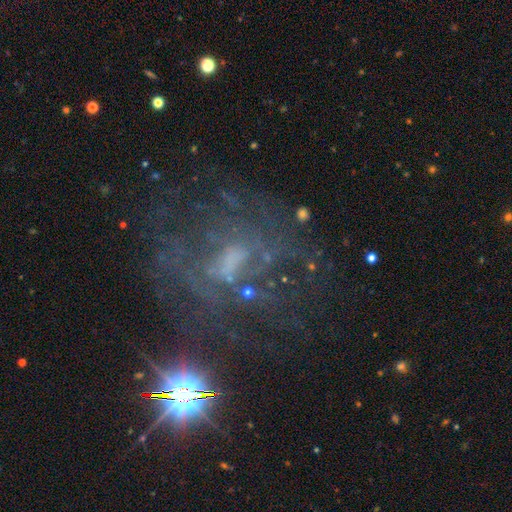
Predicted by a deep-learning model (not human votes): Q: Smooth or featured?
A: featured or disk (58%); runner-up: star or artifact (28%)
Q: Edge-on disk?
A: no (96%); runner-up: yes (4%)
Q: Bar?
A: no (51%); runner-up: weak (37%)
Q: Spiral arms?
A: yes (51%); runner-up: no (49%)
Q: Bulge size?
A: none (39%); runner-up: small (29%)
Q: Merging?
A: none (58%); runner-up: major disturbance (23%)